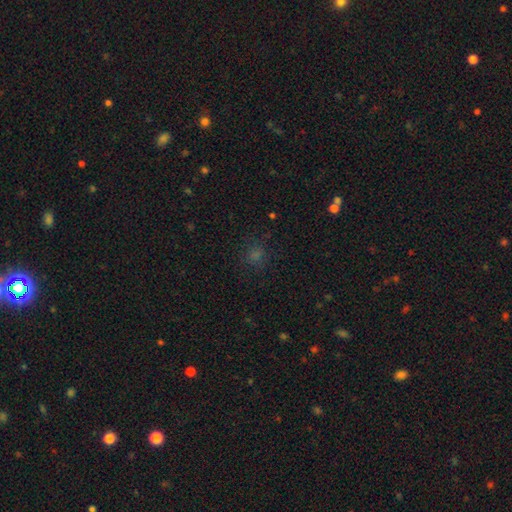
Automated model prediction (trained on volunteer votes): This is possibly a smooth galaxy (56%). How rounded: clearly round (86%). Merging: clearly none (85%).